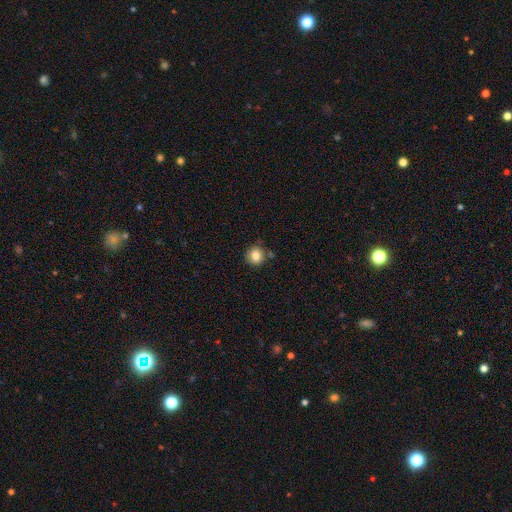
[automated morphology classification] Overall: smooth (83%). How rounded: round (91%). Merging: none (80%).